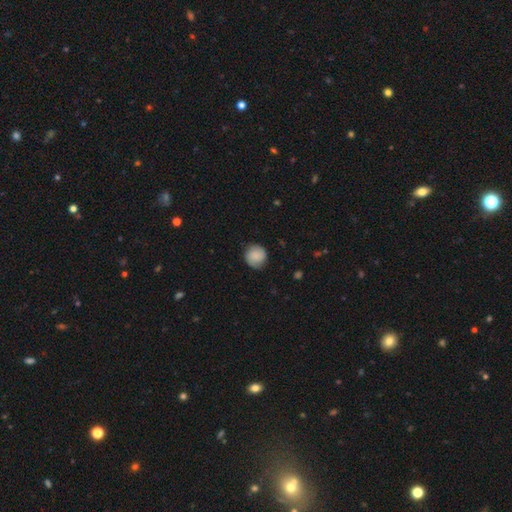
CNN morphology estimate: This is likely a smooth galaxy (73%). How rounded: clearly round (89%). Merging: clearly none (82%).